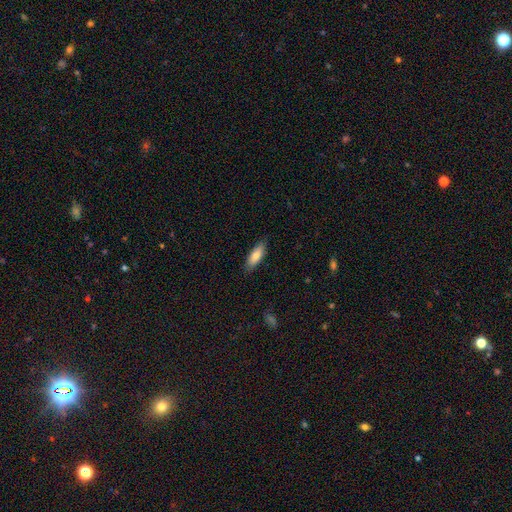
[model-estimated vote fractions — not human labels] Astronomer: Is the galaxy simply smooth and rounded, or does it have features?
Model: smooth — 80%.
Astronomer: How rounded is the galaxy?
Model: in between — 62%.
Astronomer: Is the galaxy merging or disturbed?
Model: none — 85%.